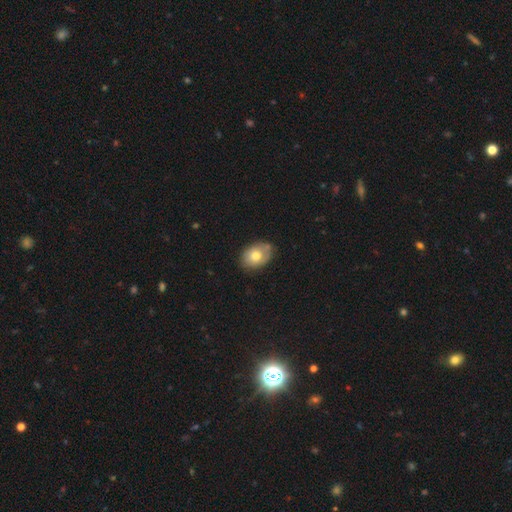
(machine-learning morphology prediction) Smooth or featured: smooth — 69% (featured or disk — 23%)
How rounded: in between — 78% (round — 21%)
Merging: none — 71% (minor disturbance — 22%)